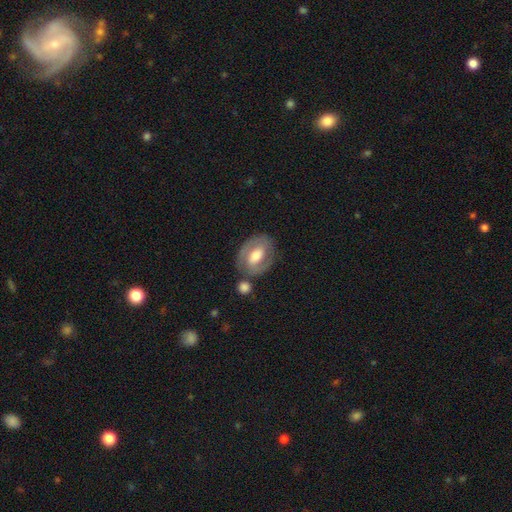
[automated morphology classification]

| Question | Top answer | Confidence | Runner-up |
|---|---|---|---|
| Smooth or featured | featured or disk | 61% | smooth (33%) |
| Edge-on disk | no | 95% | yes (5%) |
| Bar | weak | 41% | strong (30%) |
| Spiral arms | yes | 67% | no (33%) |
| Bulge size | moderate | 62% | large (24%) |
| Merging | none | 68% | minor disturbance (16%) |